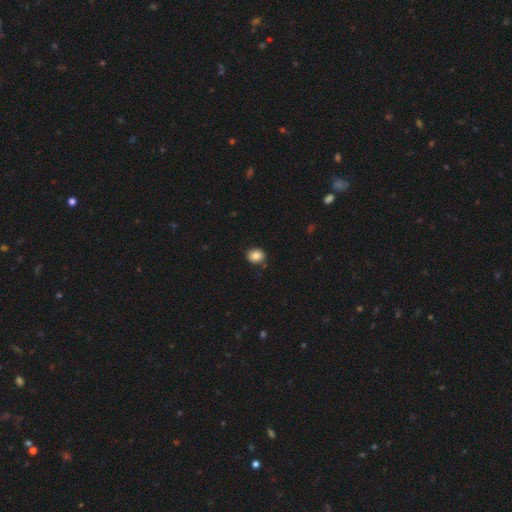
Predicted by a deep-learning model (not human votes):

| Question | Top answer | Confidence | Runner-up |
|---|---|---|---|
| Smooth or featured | smooth | 85% | star or artifact (9%) |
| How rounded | round | 67% | in between (32%) |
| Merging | none | 88% | minor disturbance (8%) |